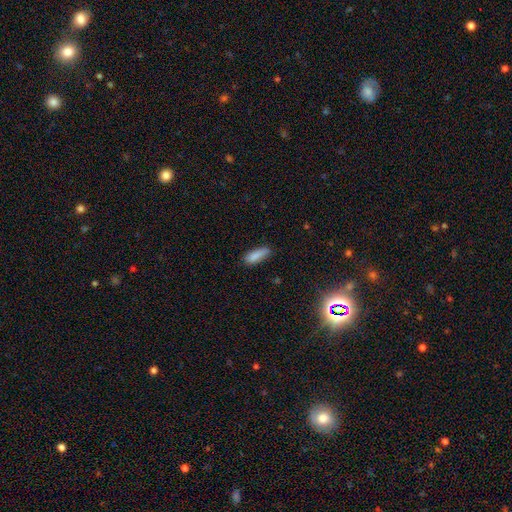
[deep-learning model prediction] smooth_or_featured: smooth (p=0.86) [alt: star or artifact p=0.07]
how_rounded: in between (p=0.51) [alt: cigar-shaped p=0.47]
merging: none (p=0.74) [alt: minor disturbance p=0.20]